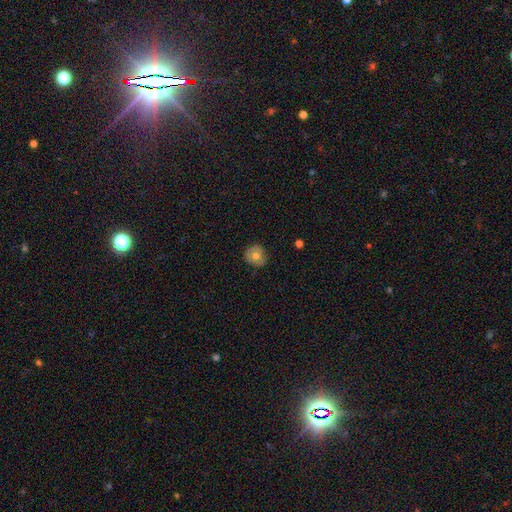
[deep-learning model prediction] Smooth or featured? smooth (65%)
How rounded? round (89%)
Merging? none (83%)